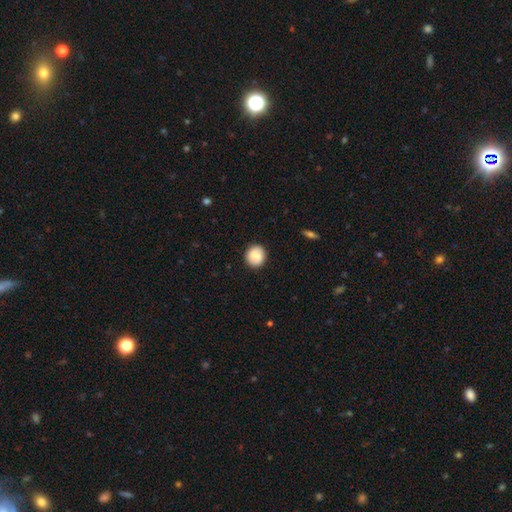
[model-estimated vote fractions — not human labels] This is likely a smooth galaxy (79%). How rounded: clearly round (85%). Merging: clearly none (89%).